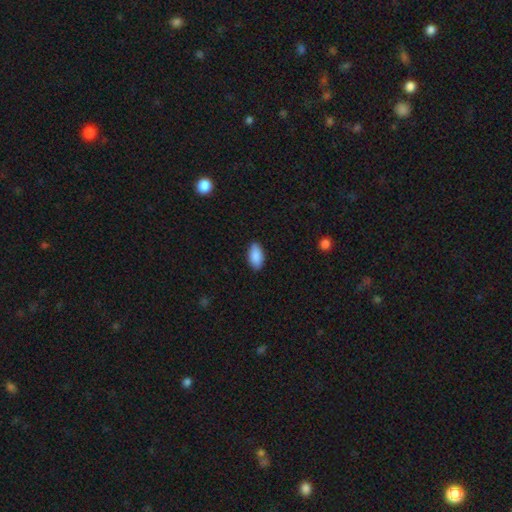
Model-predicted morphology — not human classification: Q: Smooth or featured?
A: smooth (89%); runner-up: star or artifact (6%)
Q: How rounded?
A: in between (94%); runner-up: cigar-shaped (4%)
Q: Merging?
A: none (87%); runner-up: minor disturbance (10%)